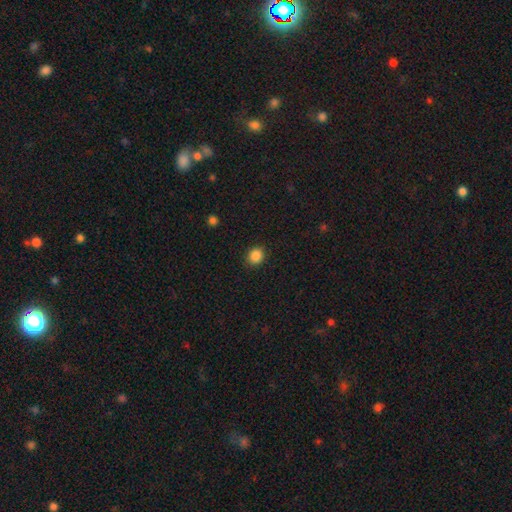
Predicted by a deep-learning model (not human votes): The model was most divided on "how rounded": round: 74%, in between: 25%, cigar-shaped: 1%. More confident: merging — none (89%); smooth or featured — smooth (86%).